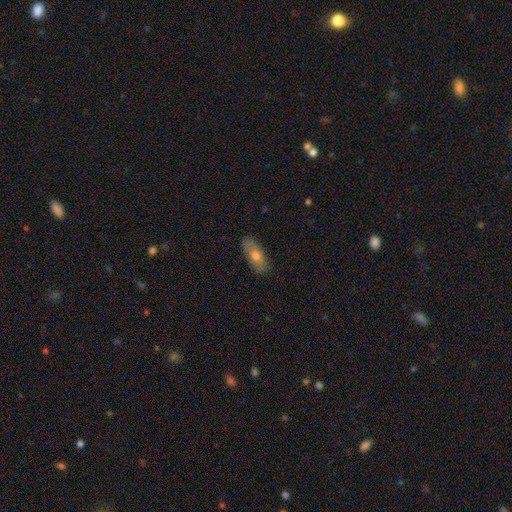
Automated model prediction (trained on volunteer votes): Q: Smooth or featured?
A: smooth (67%); runner-up: featured or disk (26%)
Q: How rounded?
A: in between (75%); runner-up: cigar-shaped (21%)
Q: Merging?
A: none (84%); runner-up: minor disturbance (13%)